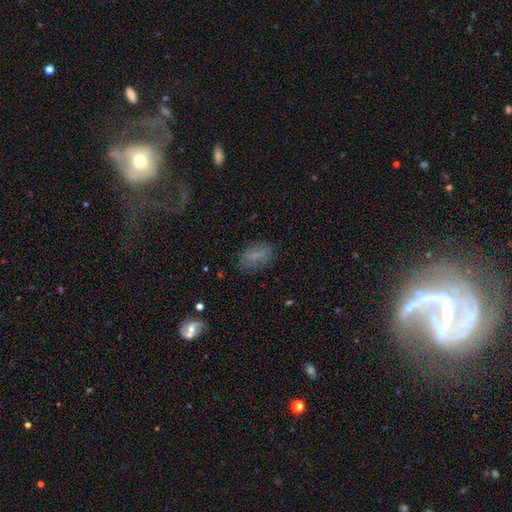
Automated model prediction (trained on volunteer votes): Q: Smooth or featured?
A: smooth (68%); runner-up: featured or disk (19%)
Q: How rounded?
A: in between (88%); runner-up: round (9%)
Q: Merging?
A: none (79%); runner-up: minor disturbance (14%)